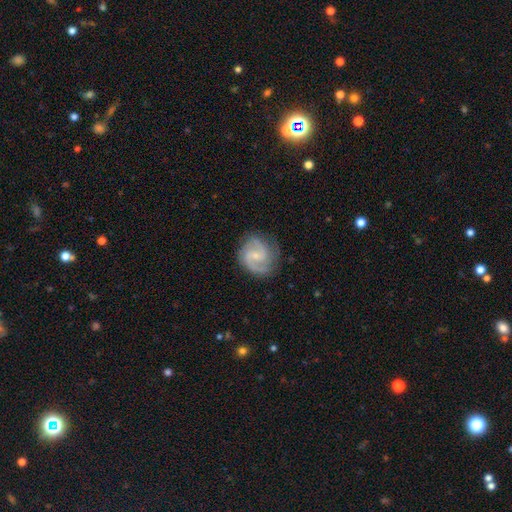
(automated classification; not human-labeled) Morphology: type=featured or disk (85%); edge-on=no (98%); bar=weak (52%); spiral arms=yes (97%); winding=medium (55%); arm count=2 (83%); bulge=small (67%); merging=none (79%).